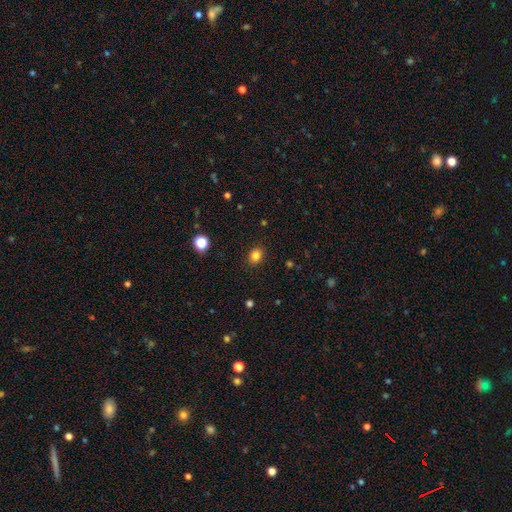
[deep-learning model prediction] A smooth galaxy with no disk features (83%) that is round (50%). Merging: none (89%).